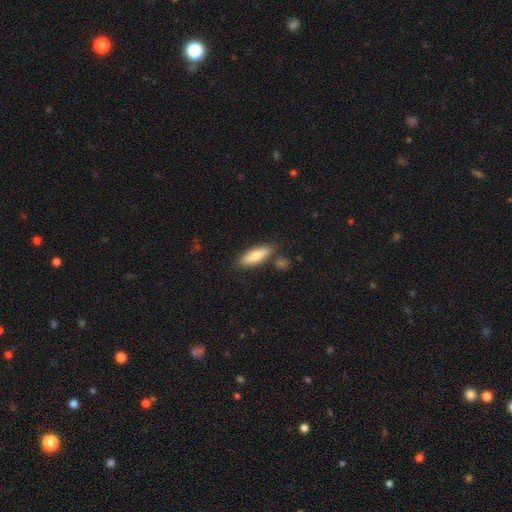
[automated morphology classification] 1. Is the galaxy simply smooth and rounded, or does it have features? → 73% smooth, 21% featured or disk, 6% star or artifact.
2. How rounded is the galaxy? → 52% in between, 46% cigar-shaped, 2% round.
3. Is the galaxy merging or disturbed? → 79% none, 12% minor disturbance, 6% merger, 3% major disturbance.